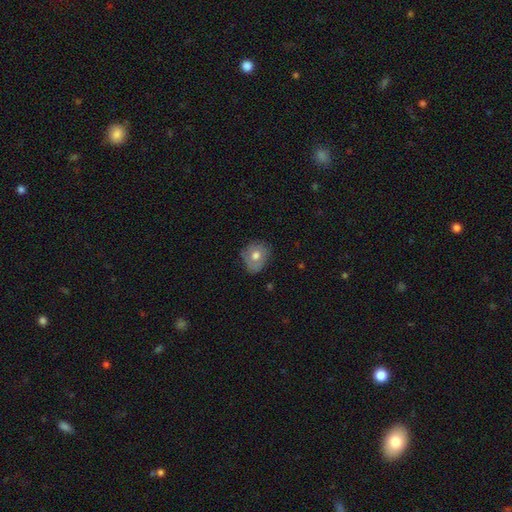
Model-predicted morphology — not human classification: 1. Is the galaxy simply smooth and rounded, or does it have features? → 65% smooth, 27% featured or disk, 8% star or artifact.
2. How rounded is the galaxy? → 65% round, 34% in between, 1% cigar-shaped.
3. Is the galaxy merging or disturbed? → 62% none, 28% minor disturbance, 8% major disturbance, 1% merger.